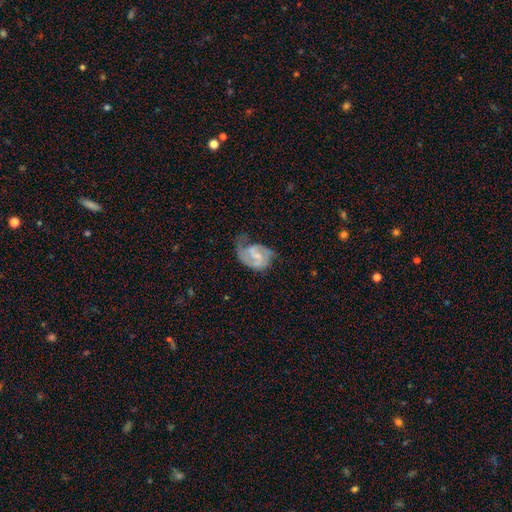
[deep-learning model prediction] This is likely a featured or disk galaxy (73%). It is clearly not viewed edge-on (98%). Bar: possibly weak (52%). Spiral arm pattern: clearly yes (88%). Spiral arm count: likely 2 (64%). Spiral winding: possibly medium (46%). Central bulge: possibly small (50%). Merging: marginally none (36%).